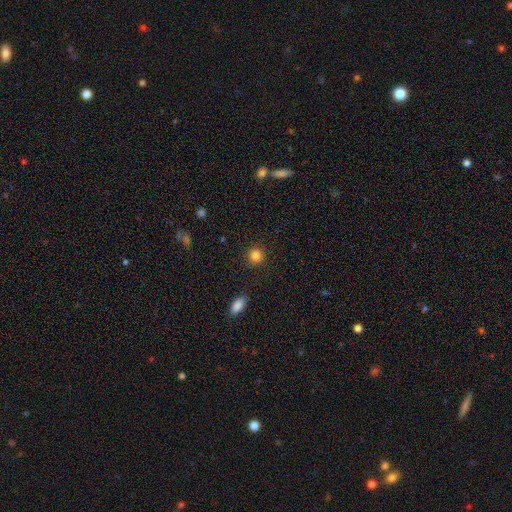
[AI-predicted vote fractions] A smooth galaxy with no disk features (84%) that is round (92%). Merging: none (90%).